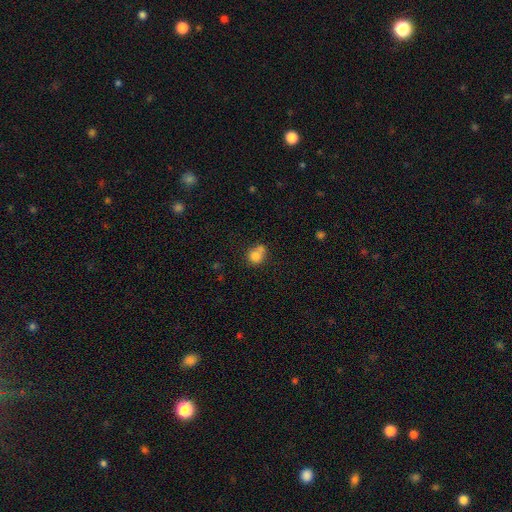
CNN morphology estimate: Smooth or featured: smooth — 78% (featured or disk — 11%)
How rounded: round — 72% (in between — 27%)
Merging: none — 41% (merger — 35%)